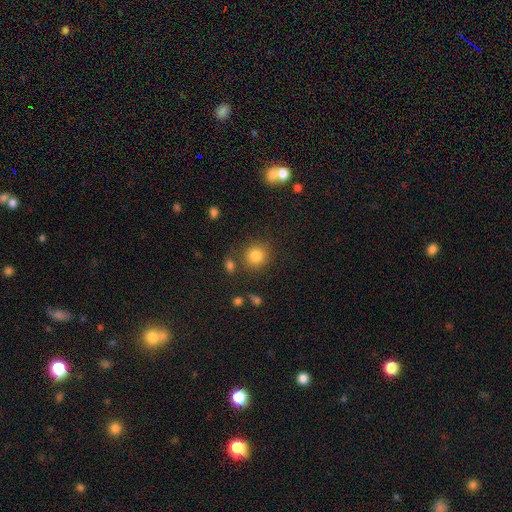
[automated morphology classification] The model was most divided on "merging": none: 80%, minor disturbance: 10%, merger: 7%, major disturbance: 4%. More confident: how rounded — round (88%); smooth or featured — smooth (83%).